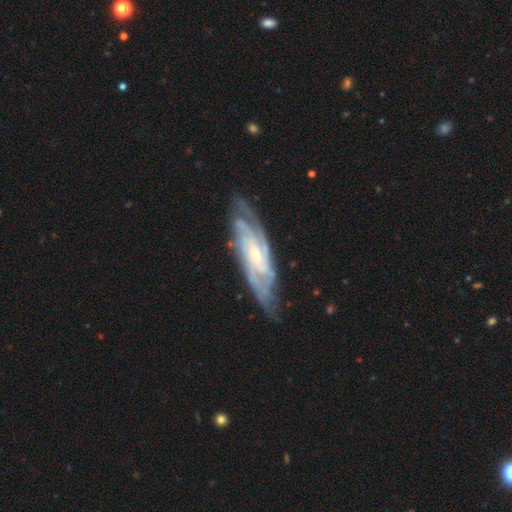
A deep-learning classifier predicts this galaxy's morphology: Overall: featured or disk (88%). Edge-on disk: no (86%). Bar: no (46%; weak 40%). Spiral arms: yes (97%). Spiral arm count: 3 (25%, tied with 2). Spiral winding: tight (60%; medium 34%). Bulge size: small (59%; moderate 30%). Merging: none (74%).